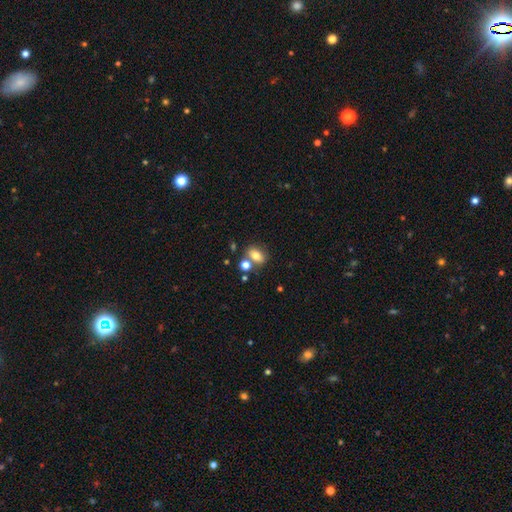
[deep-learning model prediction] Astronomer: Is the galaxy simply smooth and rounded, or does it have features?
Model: smooth — 77%.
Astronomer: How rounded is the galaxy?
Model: in between — 79%.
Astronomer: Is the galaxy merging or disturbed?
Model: none — 60%.